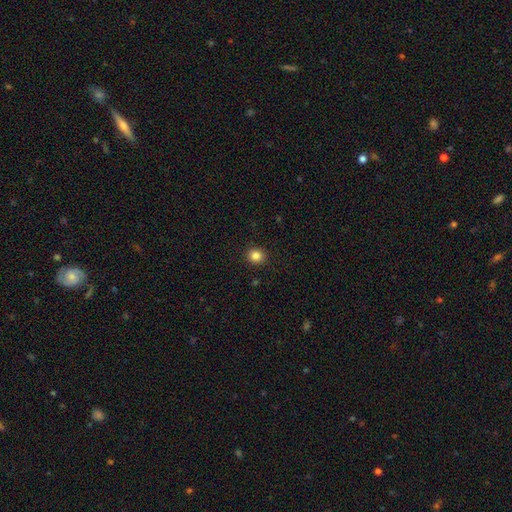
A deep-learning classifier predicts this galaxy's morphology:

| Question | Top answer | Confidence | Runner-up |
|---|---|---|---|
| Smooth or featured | smooth | 85% | star or artifact (11%) |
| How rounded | round | 83% | in between (16%) |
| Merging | none | 91% | minor disturbance (6%) |